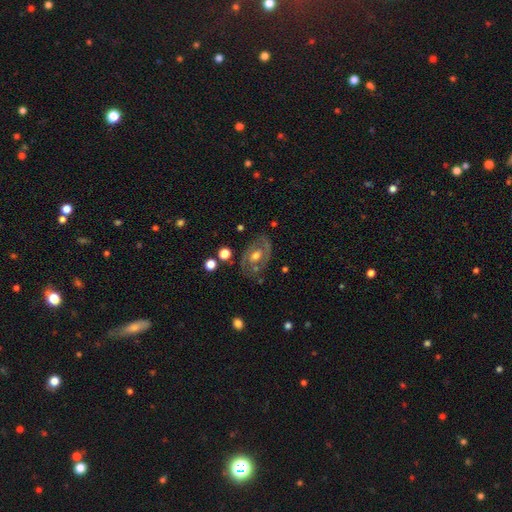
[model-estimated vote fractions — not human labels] This appears to be a featured or disk galaxy (64%) with no bar (64%), no spiral arms (55%) and a moderate central bulge (69%). Merging: none (71%).